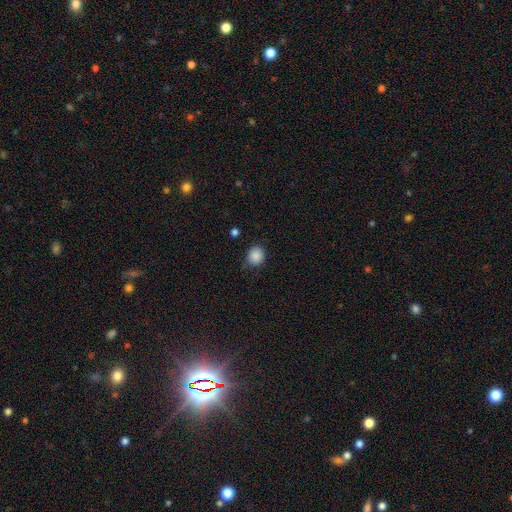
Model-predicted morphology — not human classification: smooth-or-featured: smooth: 87% | star or artifact: 9% | featured or disk: 4%
  how-rounded: round: 73% | in between: 26% | cigar-shaped: 1%
  merging: none: 79% | minor disturbance: 16% | major disturbance: 3% | merger: 2%